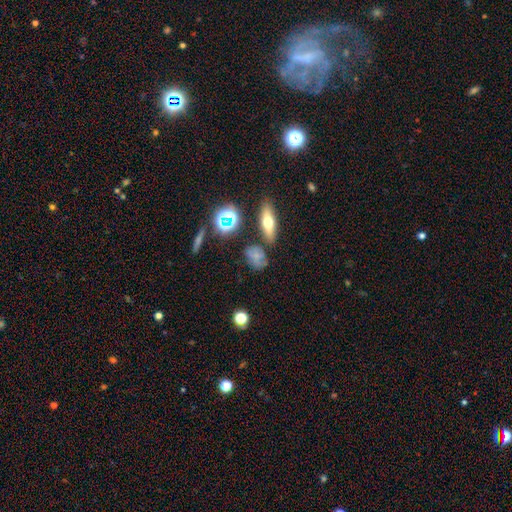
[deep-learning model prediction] A smooth galaxy with no disk features (58%) that is in between round and cigar-shaped (60%).

Vote fractions:
- Smooth or featured? smooth: 58% / featured or disk: 22% / star or artifact: 20%
- How rounded? in between: 60% / round: 36% / cigar-shaped: 4%
- Merging? none: 60% / minor disturbance: 21% / major disturbance: 9% / merger: 9%